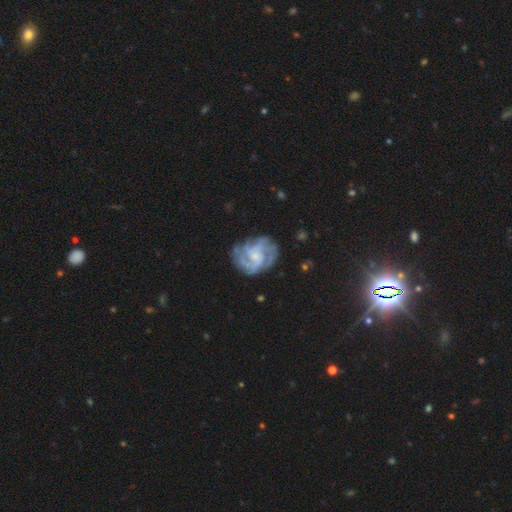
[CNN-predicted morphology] This is clearly a featured or disk galaxy (84%). It is clearly not viewed edge-on (98%). Bar: possibly no (58%). Spiral arm pattern: clearly yes (94%). Spiral arm count: marginally 3 (29%). Spiral winding: marginally tight (45%). Central bulge: possibly small (48%). Merging: likely none (69%).